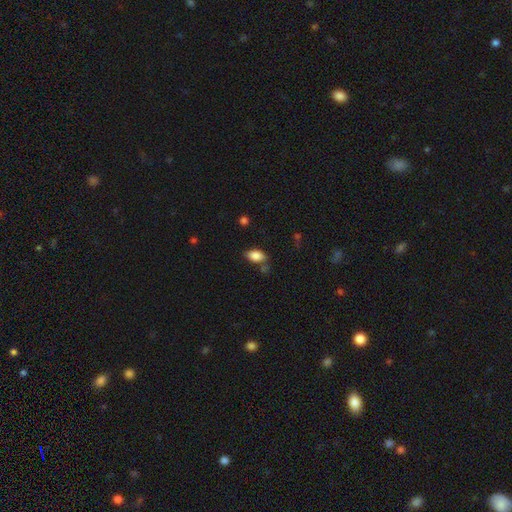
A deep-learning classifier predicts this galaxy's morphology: The model was most divided on "merging": none: 67%, minor disturbance: 20%, merger: 8%, major disturbance: 5%. More confident: how rounded — in between (91%); smooth or featured — smooth (85%).